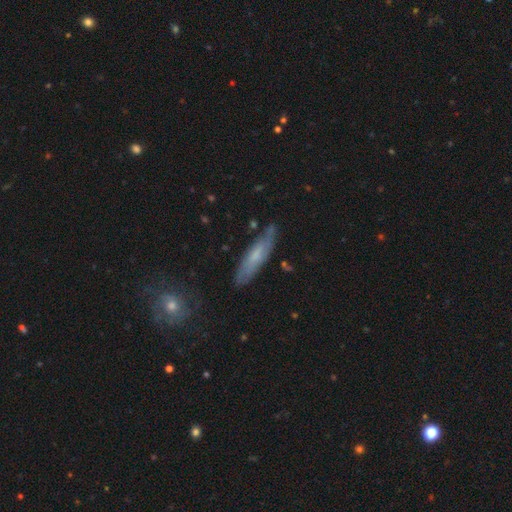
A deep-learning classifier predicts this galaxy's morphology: smooth-or-featured: smooth: 49% | featured or disk: 44% | star or artifact: 7%
  merging: none: 75% | minor disturbance: 19% | major disturbance: 4% | merger: 2%